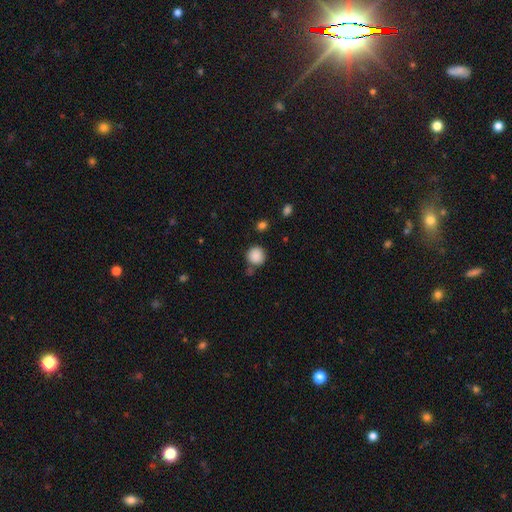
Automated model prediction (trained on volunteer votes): smooth 88%, star or artifact 9%, featured or disk 4%. Down the decision tree: how rounded — round (91%); merging — none (73%).